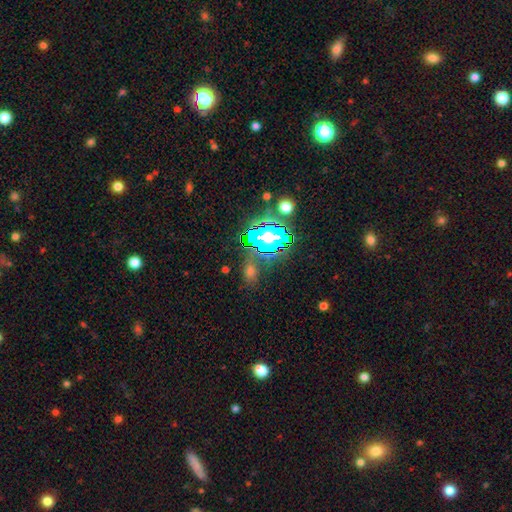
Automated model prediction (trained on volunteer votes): Overall: star or artifact (81%).